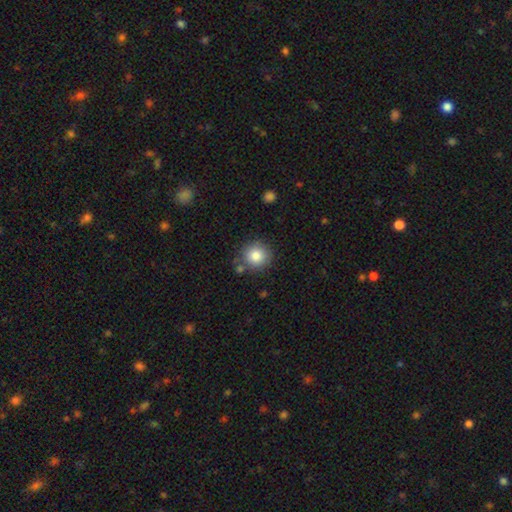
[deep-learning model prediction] smooth 84%, star or artifact 9%, featured or disk 7%. Down the decision tree: how rounded — round (91%); merging — none (79%).